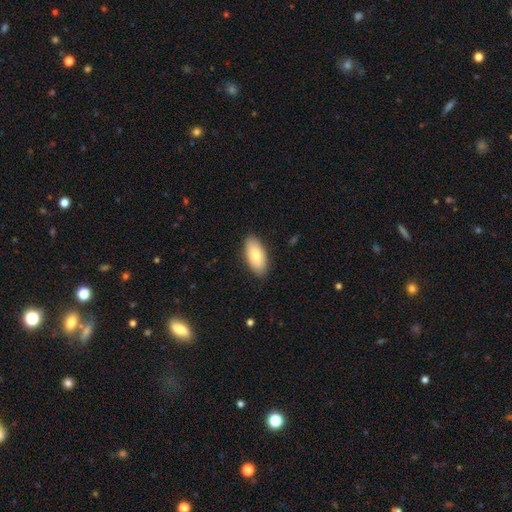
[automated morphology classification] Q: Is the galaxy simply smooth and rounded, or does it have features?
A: smooth — 81%.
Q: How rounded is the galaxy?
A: in between — 92%.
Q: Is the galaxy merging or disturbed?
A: none — 86%.